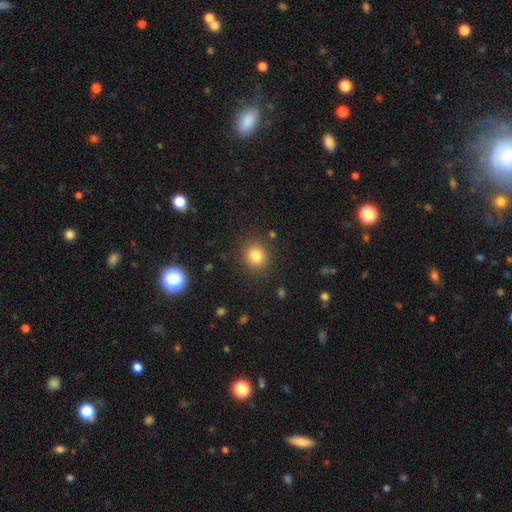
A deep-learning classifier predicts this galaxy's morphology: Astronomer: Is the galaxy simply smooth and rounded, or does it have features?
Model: smooth — 82%.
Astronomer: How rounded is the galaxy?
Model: round — 84%.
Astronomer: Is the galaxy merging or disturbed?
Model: none — 88%.